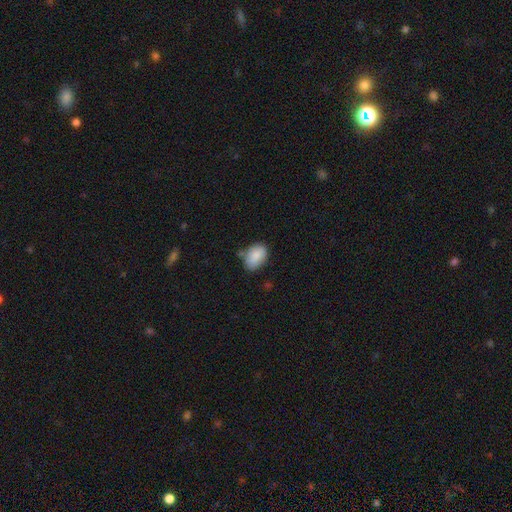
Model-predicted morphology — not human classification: A smooth galaxy with no disk features (86%) that is in between round and cigar-shaped (84%). Merging: none (63%).